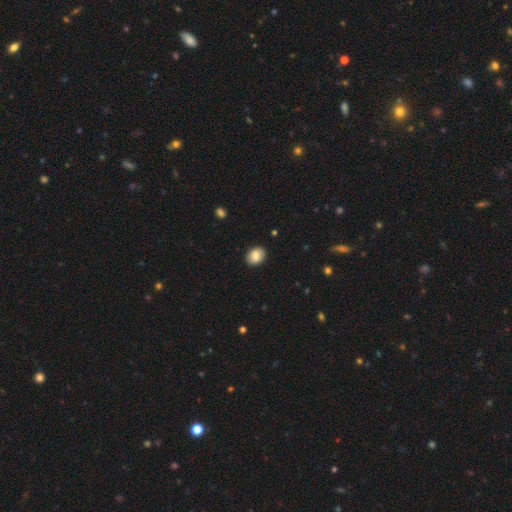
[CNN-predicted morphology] A smooth galaxy with no disk features (84%) that is in between round and cigar-shaped (62%). Merging: none (91%).